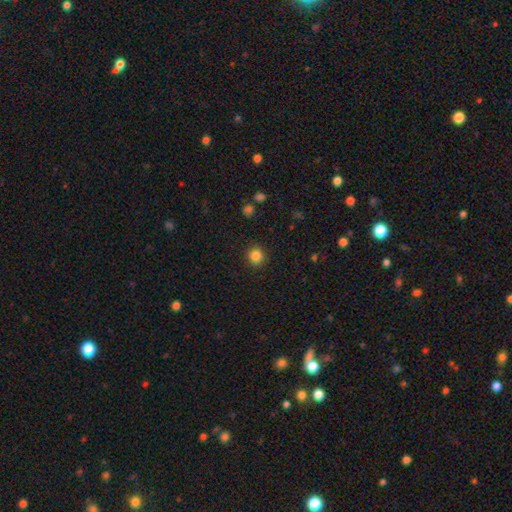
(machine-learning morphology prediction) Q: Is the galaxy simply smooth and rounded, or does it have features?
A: smooth — 85%.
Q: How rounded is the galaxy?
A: round — 88%.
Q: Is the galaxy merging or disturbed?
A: none — 90%.